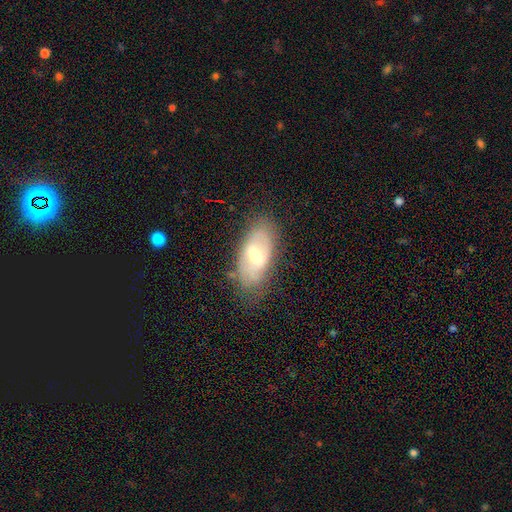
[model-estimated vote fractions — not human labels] This appears to be a featured or disk galaxy (51%). Merging: none (70%).